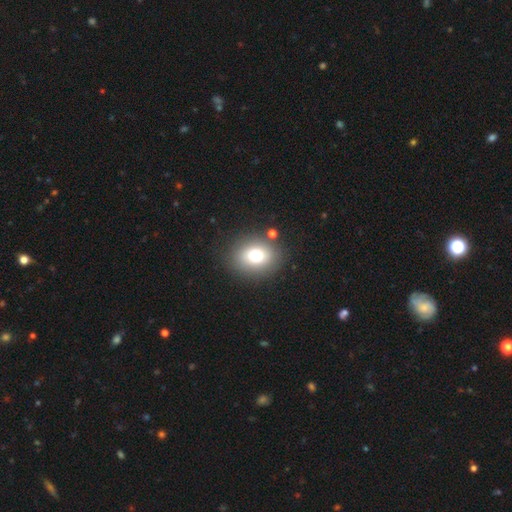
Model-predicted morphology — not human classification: Smooth or featured?
  - smooth: 75% *
  - featured or disk: 13%
  - star or artifact: 12%
How rounded?
  - round: 58% *
  - in between: 41%
  - cigar-shaped: 1%
Merging?
  - none: 83% *
  - minor disturbance: 9%
  - merger: 4%
  - major disturbance: 4%